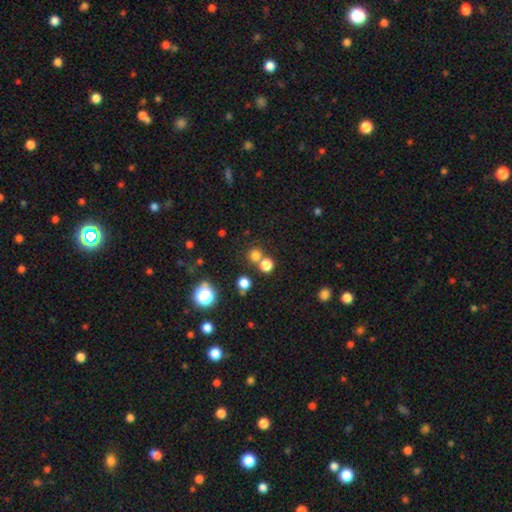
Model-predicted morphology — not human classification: The model was most divided on "merging": none: 68%, merger: 23%, minor disturbance: 6%, major disturbance: 3%. More confident: how rounded — round (91%); smooth or featured — smooth (71%).